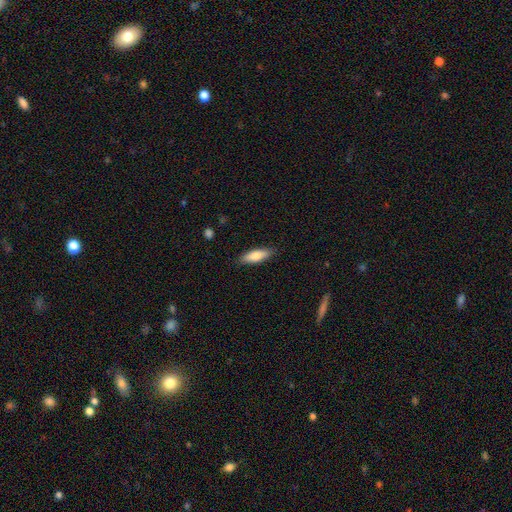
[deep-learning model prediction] The model was most divided on "how rounded": in between: 56%, cigar-shaped: 42%, round: 2%. More confident: merging — none (87%); smooth or featured — smooth (78%).